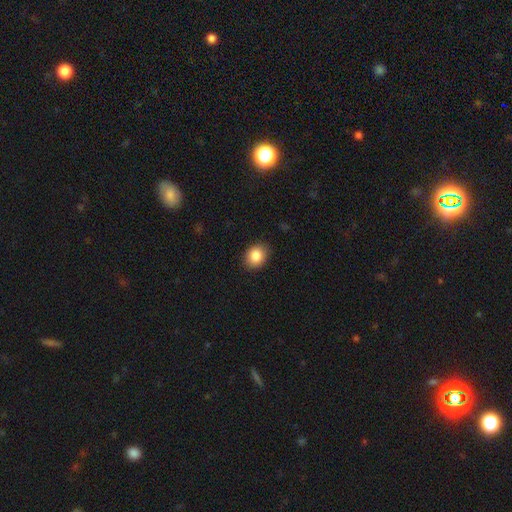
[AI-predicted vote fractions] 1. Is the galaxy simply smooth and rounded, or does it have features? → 86% smooth, 9% star or artifact, 5% featured or disk.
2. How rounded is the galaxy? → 56% round, 43% in between, 1% cigar-shaped.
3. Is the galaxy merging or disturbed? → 88% none, 9% minor disturbance, 2% major disturbance, 1% merger.